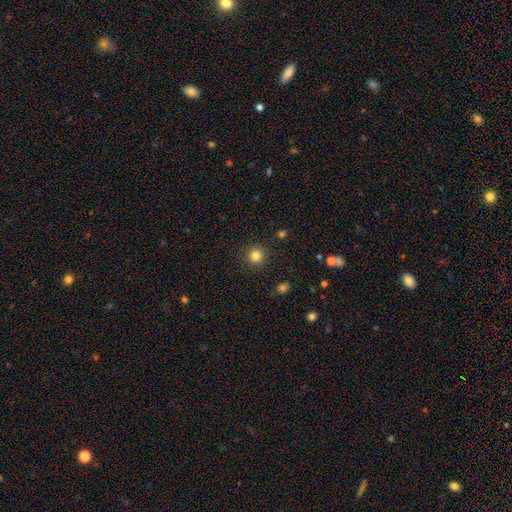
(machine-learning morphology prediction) Smooth or featured?
  - smooth: 83% *
  - star or artifact: 12%
  - featured or disk: 5%
How rounded?
  - round: 94% *
  - in between: 5%
  - cigar-shaped: 1%
Merging?
  - none: 91% *
  - minor disturbance: 6%
  - major disturbance: 2%
  - merger: 1%